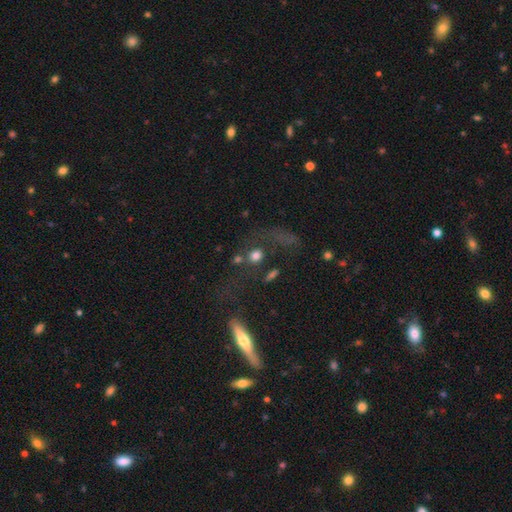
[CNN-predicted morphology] This is likely a smooth galaxy (69%). How rounded: likely round (67%). Merging: possibly none (52%).